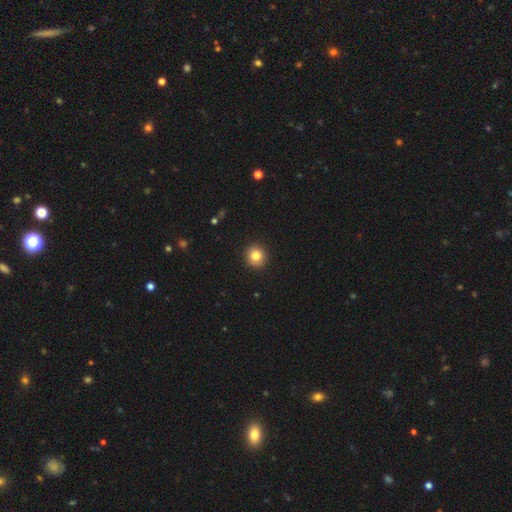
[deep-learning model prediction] The model was most divided on "smooth or featured": smooth: 84%, star or artifact: 10%, featured or disk: 6%. More confident: how rounded — round (91%); merging — none (91%).